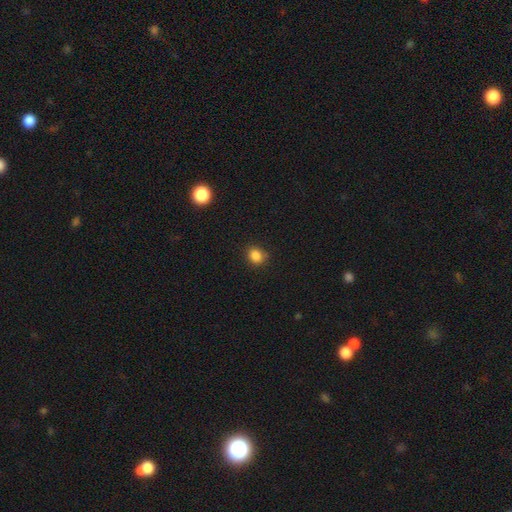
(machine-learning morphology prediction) Q: Smooth or featured?
A: smooth (85%); runner-up: star or artifact (12%)
Q: How rounded?
A: round (74%); runner-up: in between (25%)
Q: Merging?
A: none (81%); runner-up: minor disturbance (14%)